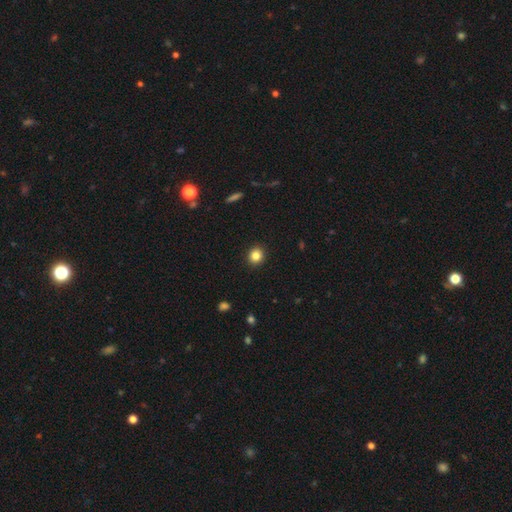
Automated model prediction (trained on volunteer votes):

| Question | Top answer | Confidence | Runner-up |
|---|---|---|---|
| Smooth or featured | smooth | 83% | star or artifact (11%) |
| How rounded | round | 85% | in between (14%) |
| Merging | none | 92% | minor disturbance (5%) |